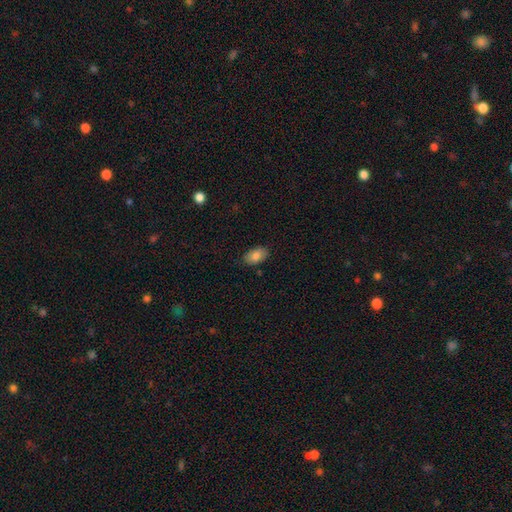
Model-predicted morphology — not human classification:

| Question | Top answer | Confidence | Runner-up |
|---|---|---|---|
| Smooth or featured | smooth | 85% | featured or disk (8%) |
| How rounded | in between | 93% | round (5%) |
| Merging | none | 85% | minor disturbance (12%) |